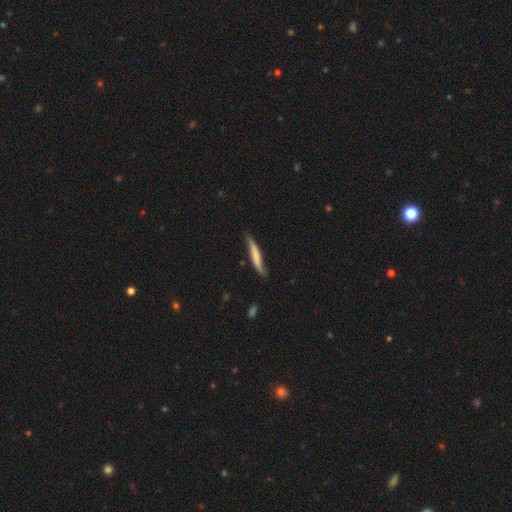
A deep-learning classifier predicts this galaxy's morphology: smooth-or-featured: smooth: 60% | featured or disk: 35% | star or artifact: 5%
  how-rounded: cigar-shaped: 92% | in between: 6% | round: 1%
  merging: none: 65% | minor disturbance: 28% | major disturbance: 5% | merger: 2%